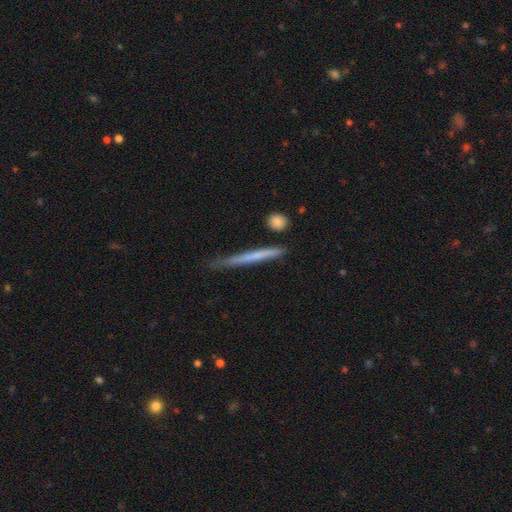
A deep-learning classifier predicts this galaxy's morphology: smooth 51%, featured or disk 43%, star or artifact 6%. Down the decision tree: how rounded — cigar-shaped (96%); merging — none (74%).